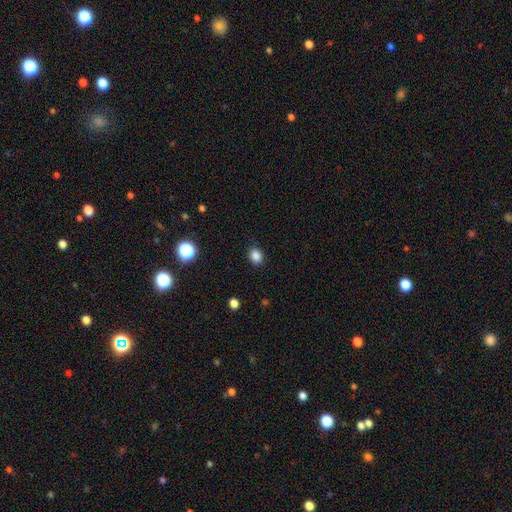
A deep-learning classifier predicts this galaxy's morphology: smooth-or-featured: smooth: 85% | star or artifact: 12% | featured or disk: 4%
  how-rounded: in between: 53% | round: 46% | cigar-shaped: 1%
  merging: none: 88% | minor disturbance: 9% | major disturbance: 2% | merger: 1%